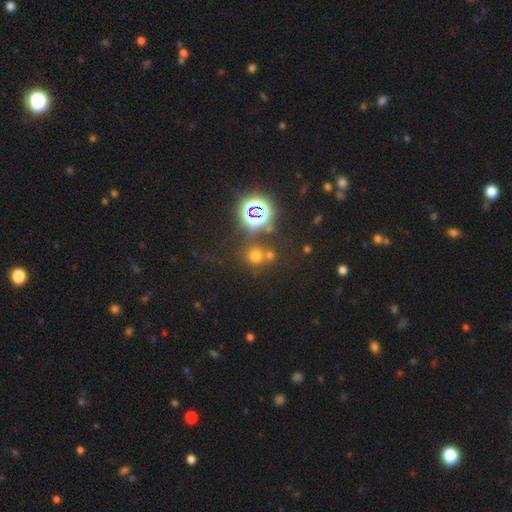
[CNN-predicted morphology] Smooth or featured: smooth — 55% (star or artifact — 36%)
How rounded: round — 89% (in between — 10%)
Merging: none — 65% (merger — 21%)